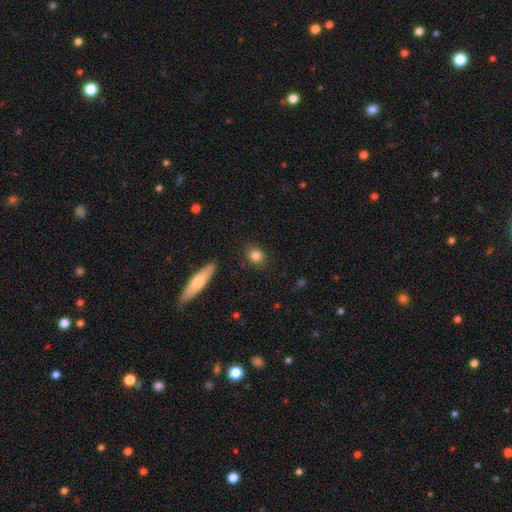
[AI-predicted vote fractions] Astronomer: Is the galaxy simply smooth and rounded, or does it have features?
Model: smooth — 83%.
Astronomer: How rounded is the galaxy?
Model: round — 63%.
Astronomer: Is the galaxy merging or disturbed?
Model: none — 86%.